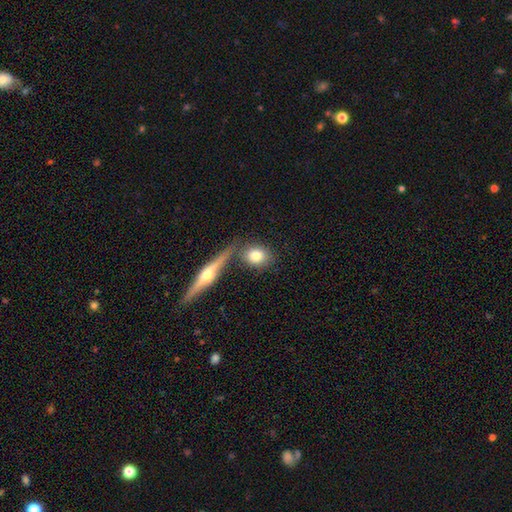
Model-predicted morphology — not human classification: Smooth or featured? smooth (76%)
How rounded? round (50%)
Merging? none (66%)